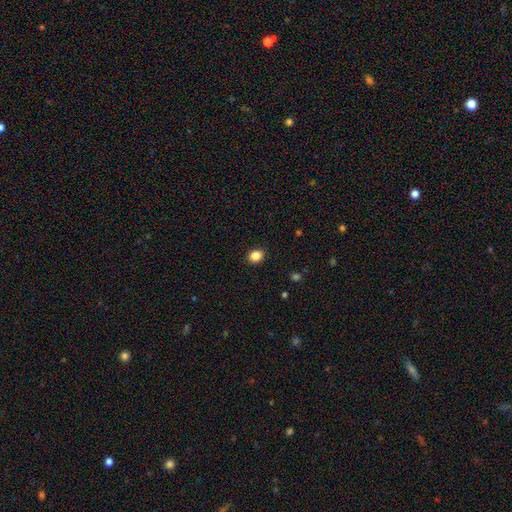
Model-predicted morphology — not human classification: The model was most divided on "how rounded": round: 53%, in between: 46%, cigar-shaped: 1%. More confident: merging — none (91%); smooth or featured — smooth (86%).